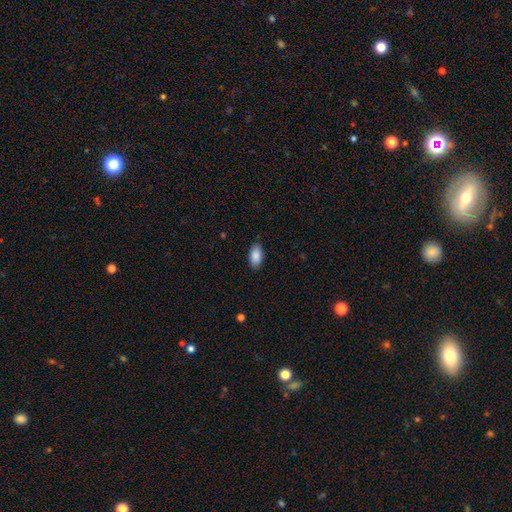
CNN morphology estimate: This is clearly a smooth galaxy (89%). How rounded: clearly in between (94%). Merging: clearly none (87%).